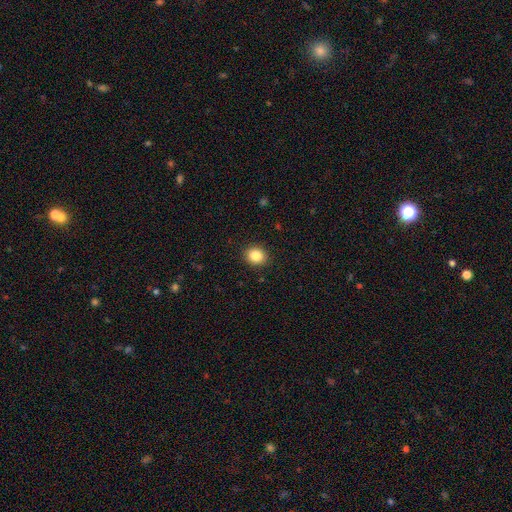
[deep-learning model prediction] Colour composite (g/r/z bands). It shows a smooth galaxy with no disk features (85%) that is round (65%). Merging: none (91%).